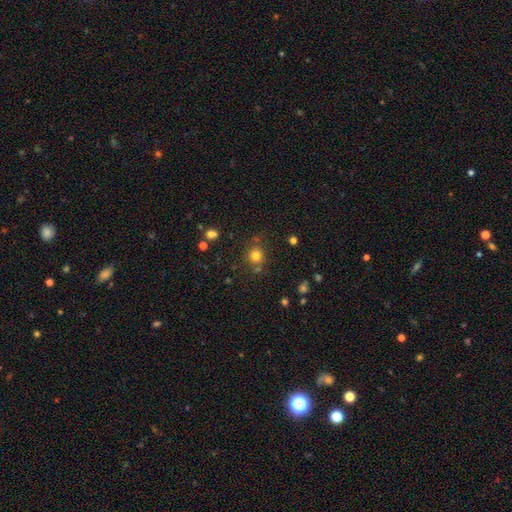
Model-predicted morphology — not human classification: A smooth galaxy with no disk features (77%) that is round (88%).

Vote fractions:
- Smooth or featured? smooth: 77% / star or artifact: 16% / featured or disk: 7%
- How rounded? round: 88% / in between: 12% / cigar-shaped: 1%
- Merging? none: 76% / minor disturbance: 11% / merger: 9% / major disturbance: 4%